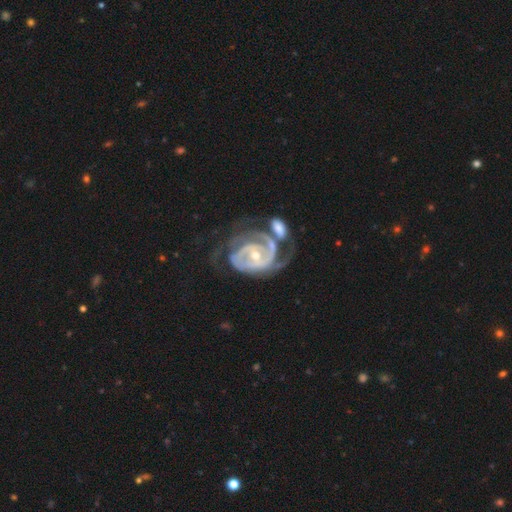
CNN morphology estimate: Smooth or featured: featured or disk — 91% (smooth — 4%)
Edge-on disk: no — 97% (yes — 3%)
Bar: no — 45% (weak — 35%)
Spiral arms: yes — 96% (no — 4%)
Spiral winding: tight — 60% (medium — 32%)
Spiral arm count: 2 — 54% (3 — 18%)
Bulge size: small — 56% (moderate — 41%)
Merging: none — 30% (merger — 28%)